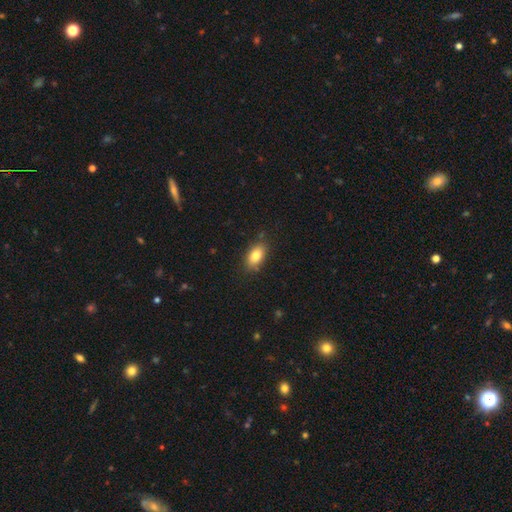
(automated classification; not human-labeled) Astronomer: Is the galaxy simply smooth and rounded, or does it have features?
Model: smooth — 82%.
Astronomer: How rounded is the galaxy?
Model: in between — 90%.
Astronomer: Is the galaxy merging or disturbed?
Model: none — 83%.